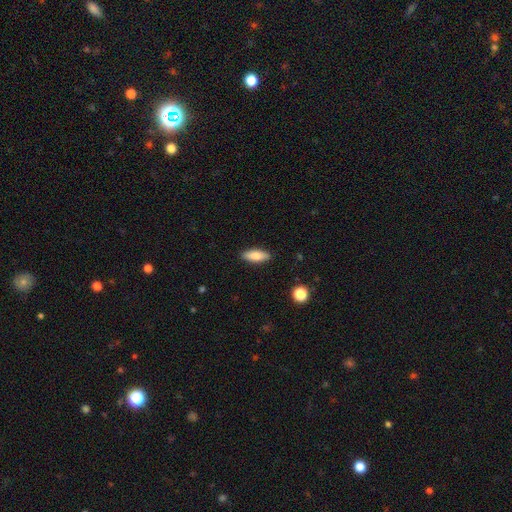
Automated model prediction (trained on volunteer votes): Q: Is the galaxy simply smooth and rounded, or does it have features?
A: smooth — 82%.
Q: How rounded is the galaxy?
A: in between — 70%.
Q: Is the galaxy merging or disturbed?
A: none — 89%.